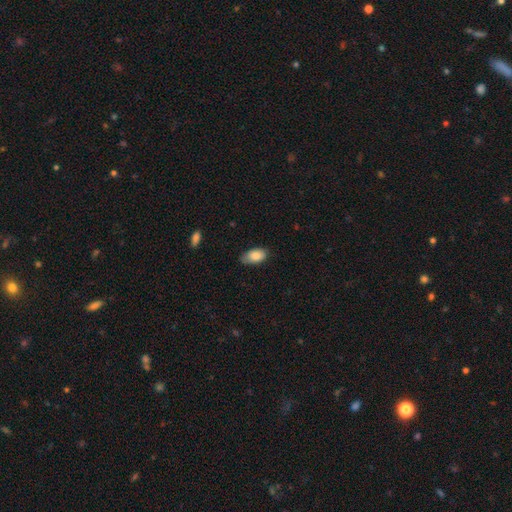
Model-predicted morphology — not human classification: This appears to be a smooth galaxy with no disk features (84%) that is in between round and cigar-shaped (94%). Merging: none (72%).